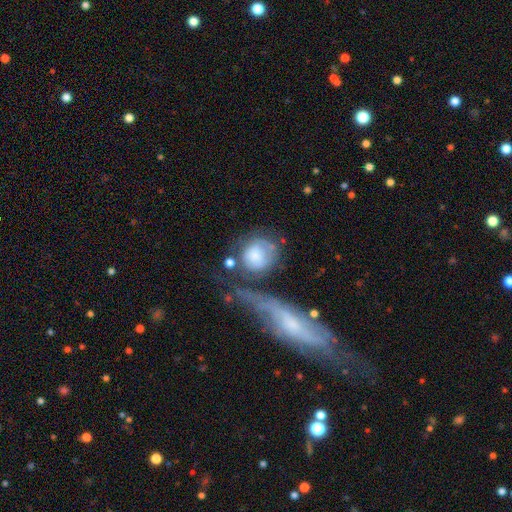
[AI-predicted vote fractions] A smooth galaxy with no disk features (60%) that is round (75%).

Vote fractions:
- Smooth or featured? smooth: 60% / featured or disk: 32% / star or artifact: 8%
- How rounded? round: 75% / in between: 23% / cigar-shaped: 2%
- Merging? none: 33% / merger: 25% / major disturbance: 24% / minor disturbance: 18%